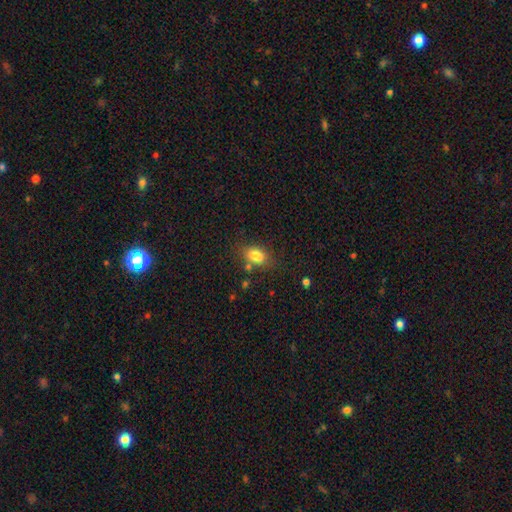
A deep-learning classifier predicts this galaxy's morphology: smooth 80%, star or artifact 10%, featured or disk 10%. Down the decision tree: how rounded — in between (81%); merging — none (65%).